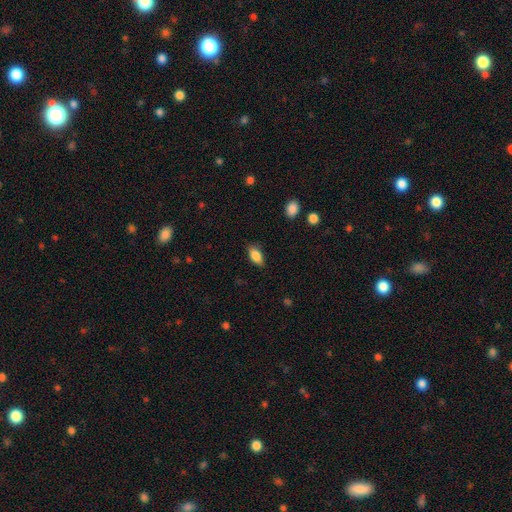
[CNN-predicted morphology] A smooth galaxy with no disk features (85%) that is in between round and cigar-shaped (89%). Merging: none (84%).